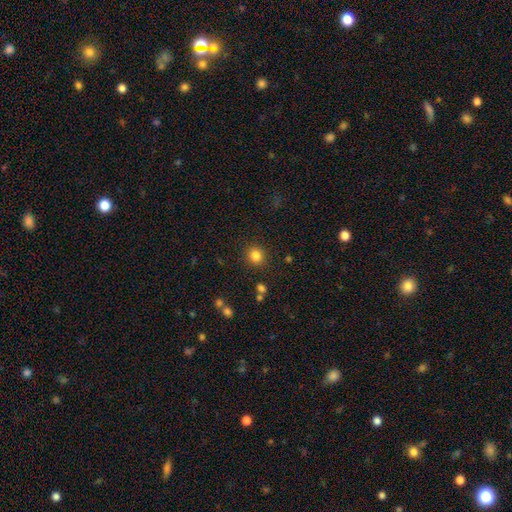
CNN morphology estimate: Smooth or featured: smooth — 84% (star or artifact — 12%)
How rounded: round — 87% (in between — 12%)
Merging: none — 89% (minor disturbance — 7%)